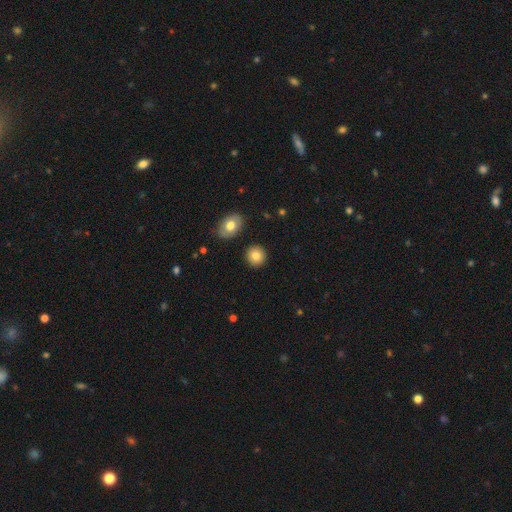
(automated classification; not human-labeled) Smooth or featured? smooth (81%)
How rounded? round (86%)
Merging? none (89%)